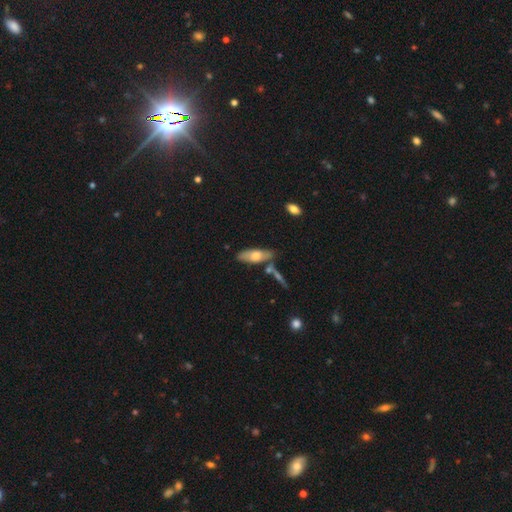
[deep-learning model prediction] A smooth galaxy with no disk features (61%) that is in between round and cigar-shaped (66%). Merging: none (69%).